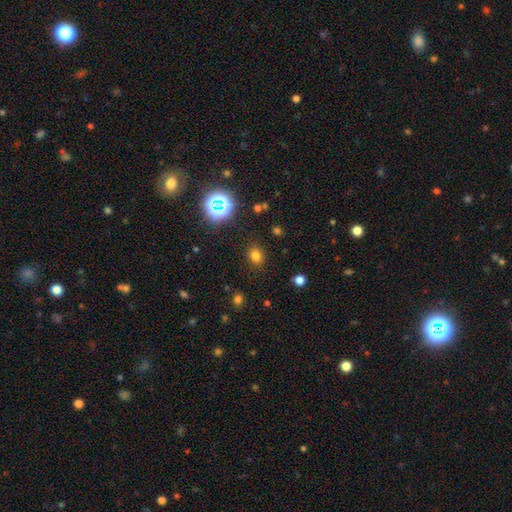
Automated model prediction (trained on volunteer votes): This appears to be a smooth galaxy with no disk features (74%) that is round (63%). Merging: none (86%).